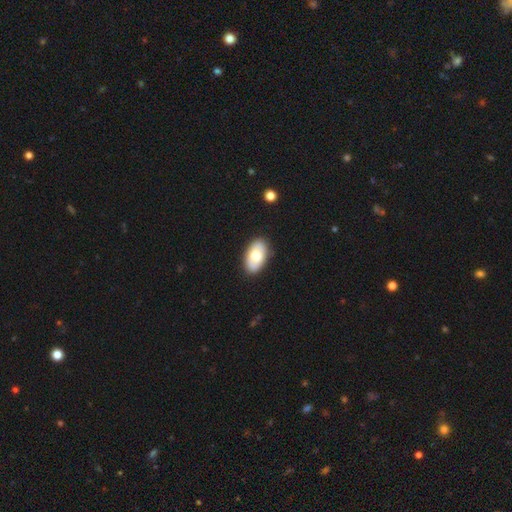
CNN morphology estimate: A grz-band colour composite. It shows a smooth galaxy with no disk features (70%) that is in between round and cigar-shaped (94%). Merging: none (88%).